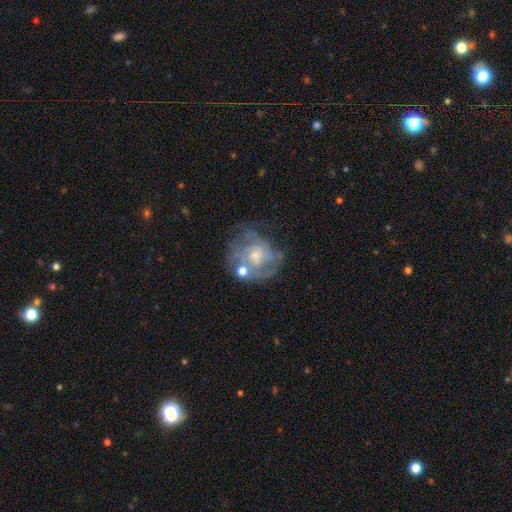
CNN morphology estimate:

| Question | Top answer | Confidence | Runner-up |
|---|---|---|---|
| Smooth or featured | featured or disk | 74% | smooth (19%) |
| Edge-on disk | no | 98% | yes (2%) |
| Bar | no | 74% | weak (23%) |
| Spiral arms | yes | 75% | no (25%) |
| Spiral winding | tight | 57% | medium (31%) |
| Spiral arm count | can't tell | 46% | 2 (23%) |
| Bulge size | small | 48% | moderate (38%) |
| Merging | none | 49% | minor disturbance (22%) |